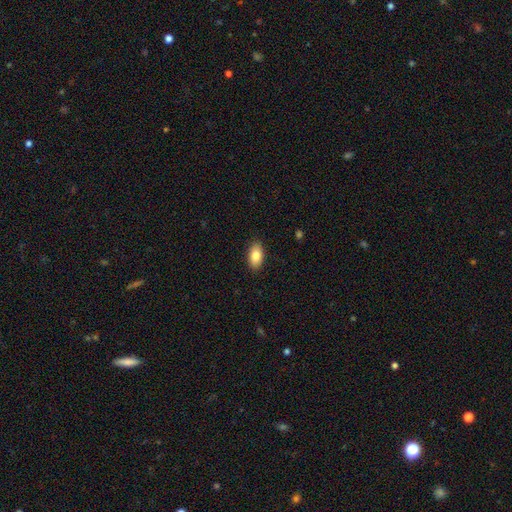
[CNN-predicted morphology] smooth_or_featured: smooth (p=0.84) [alt: featured or disk p=0.09]
how_rounded: in between (p=0.92) [alt: round p=0.04]
merging: none (p=0.89) [alt: minor disturbance p=0.08]